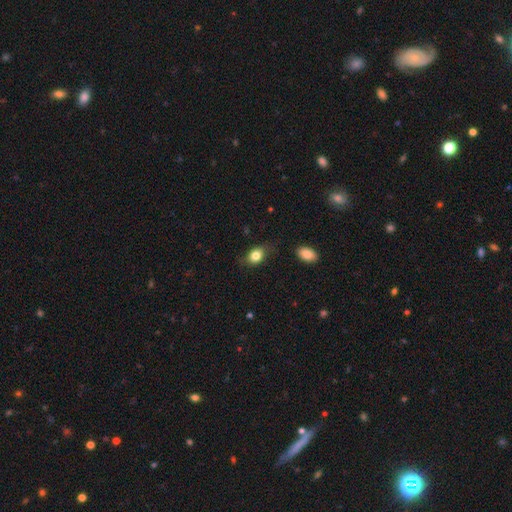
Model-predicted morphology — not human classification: smooth-or-featured: smooth: 82% | featured or disk: 10% | star or artifact: 9%
  how-rounded: in between: 75% | round: 23% | cigar-shaped: 2%
  merging: none: 72% | minor disturbance: 21% | major disturbance: 6% | merger: 2%